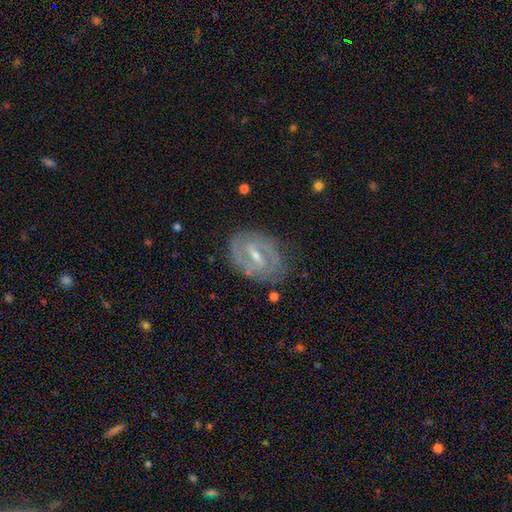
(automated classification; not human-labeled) Morphology: type=featured or disk (83%); edge-on=no (95%); bar=strong (47%); spiral arms=yes (90%); winding=tight (47%); arm count=2 (81%); bulge=small (58%); merging=none (80%).